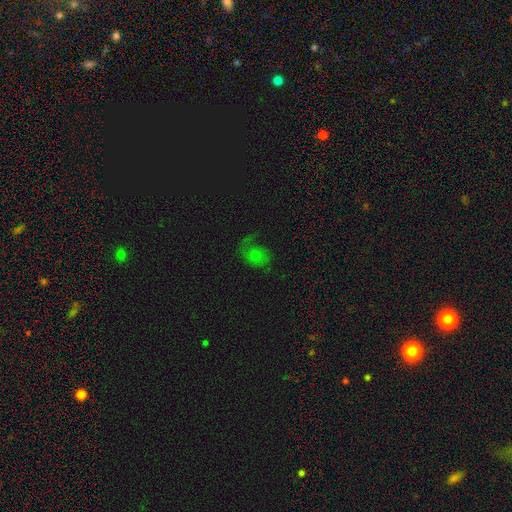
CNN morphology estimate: A smooth galaxy with no disk features (46%).

Vote fractions:
- Smooth or featured? smooth: 46% / featured or disk: 36% / star or artifact: 18%
- Merging? none: 43% / major disturbance: 31% / minor disturbance: 23% / merger: 3%